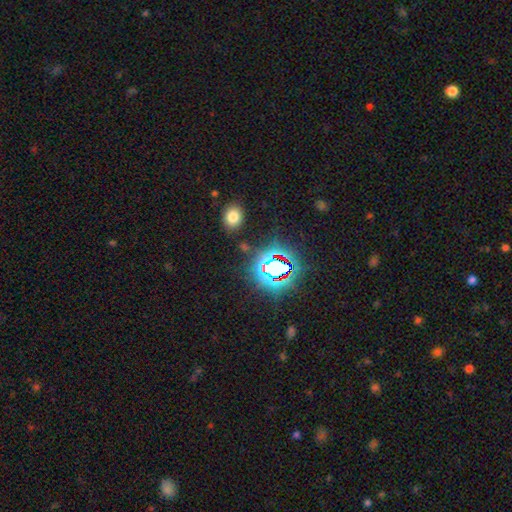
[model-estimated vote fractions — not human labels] A star or artifact, not a galaxy (79%).